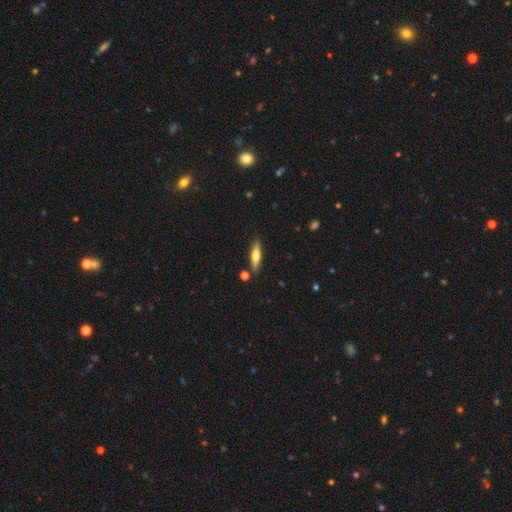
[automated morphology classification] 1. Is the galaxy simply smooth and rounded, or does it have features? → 62% smooth, 32% featured or disk, 6% star or artifact.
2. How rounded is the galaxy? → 70% cigar-shaped, 28% in between, 2% round.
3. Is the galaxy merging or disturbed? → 84% none, 10% minor disturbance, 4% merger, 2% major disturbance.